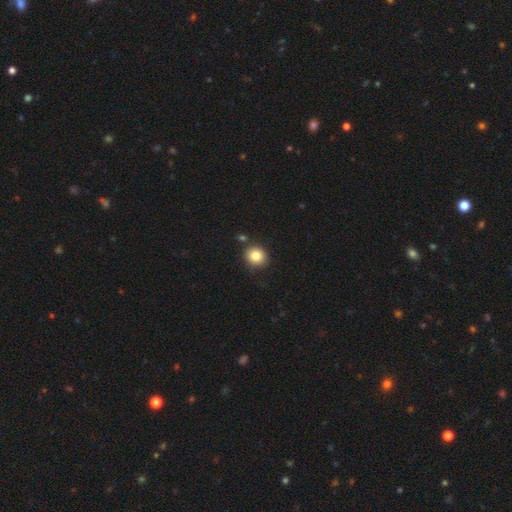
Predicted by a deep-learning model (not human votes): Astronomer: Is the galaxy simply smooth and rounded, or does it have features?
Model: smooth — 84%.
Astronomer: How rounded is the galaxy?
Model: round — 85%.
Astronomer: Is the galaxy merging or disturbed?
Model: none — 84%.